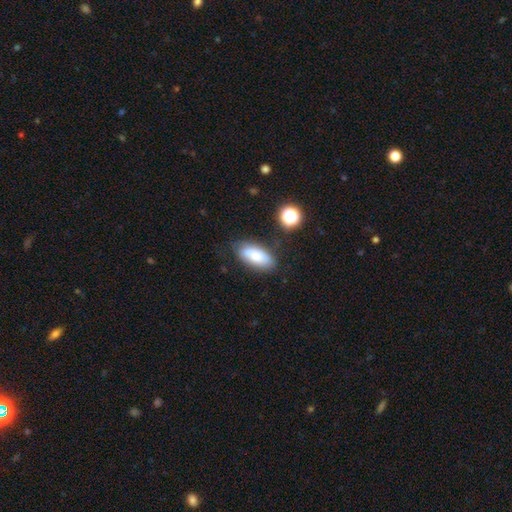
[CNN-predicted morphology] smooth-or-featured: smooth: 72% | featured or disk: 19% | star or artifact: 9%
  how-rounded: in between: 87% | cigar-shaped: 10% | round: 3%
  merging: none: 70% | minor disturbance: 20% | major disturbance: 6% | merger: 5%